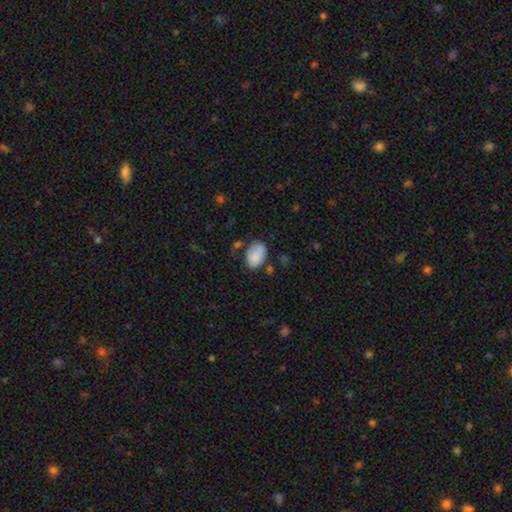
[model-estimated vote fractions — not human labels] Smooth or featured? Predicted: smooth (p=0.86). How rounded? Predicted: in between (p=0.89). Merging? Predicted: none (p=0.65).